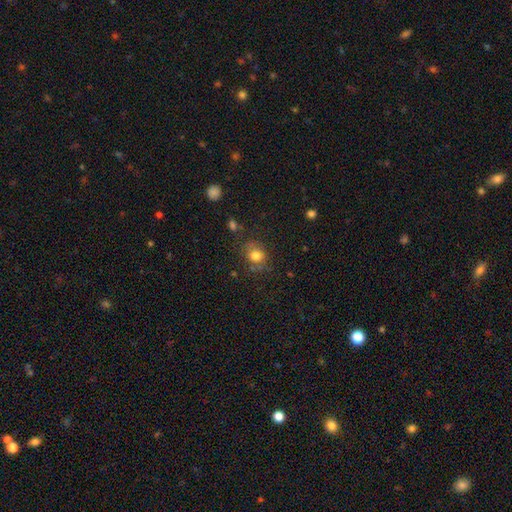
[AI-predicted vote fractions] Smooth or featured: smooth — 77% (featured or disk — 12%)
How rounded: round — 62% (in between — 37%)
Merging: none — 67% (minor disturbance — 20%)